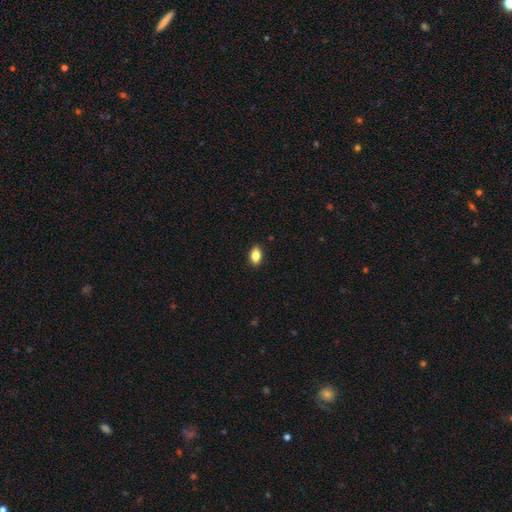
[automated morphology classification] smooth 84%, star or artifact 8%, featured or disk 8%. Down the decision tree: how rounded — in between (88%); merging — none (90%).